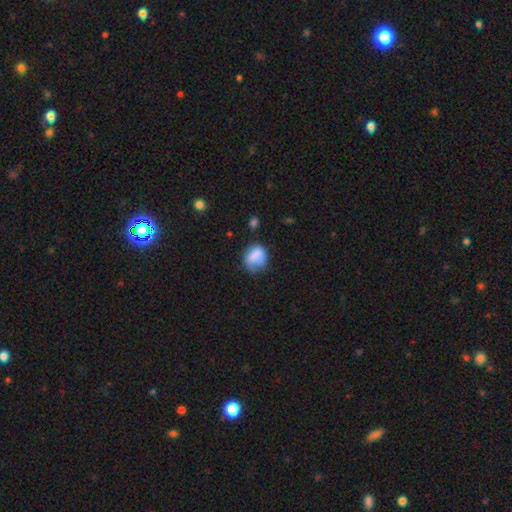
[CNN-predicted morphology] Overall: smooth (80%). How rounded: round (61%; in between 37%). Merging: none (50%; minor disturbance 34%).